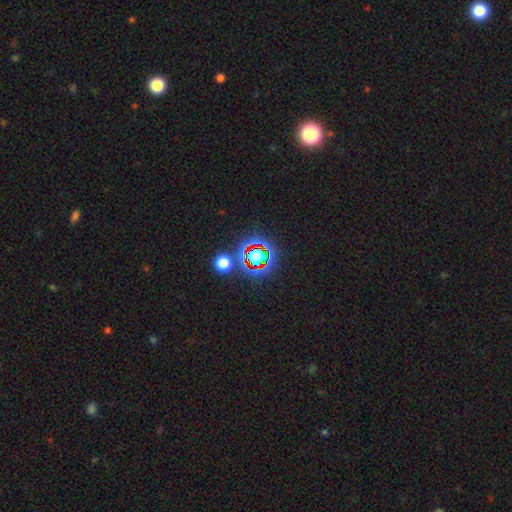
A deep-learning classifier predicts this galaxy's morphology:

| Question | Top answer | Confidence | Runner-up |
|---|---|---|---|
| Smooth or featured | star or artifact | 64% | smooth (24%) |